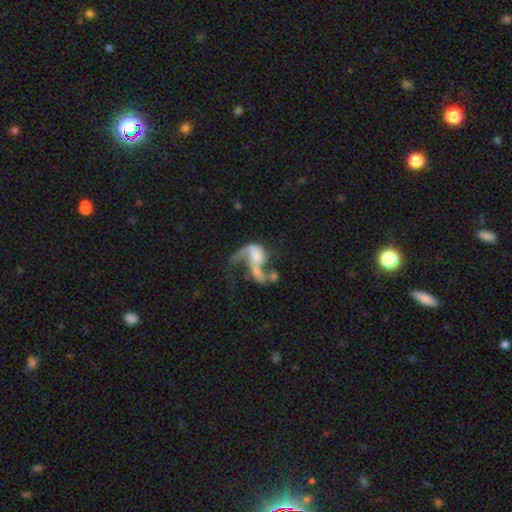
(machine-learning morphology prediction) A featured or disk galaxy (65%) with no bar (68%), spiral arms (60%) and no central bulge (41%).

Vote fractions:
- Smooth or featured? featured or disk: 65% / smooth: 25% / star or artifact: 10%
- Edge-on disk? no: 97% / yes: 3%
- Bar? no: 68% / weak: 22% / strong: 10%
- Spiral arms? yes: 60% / no: 40%
- Bulge size? none: 41% / moderate: 22% / small: 20% / large: 13% / dominant: 4%
- Merging? merger: 43% / major disturbance: 35% / none: 14% / minor disturbance: 8%